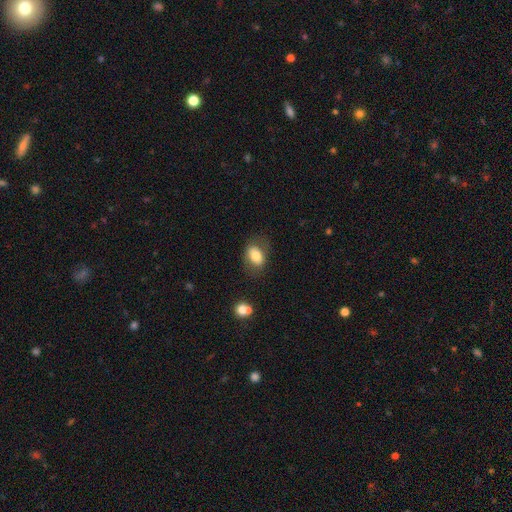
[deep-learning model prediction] Smooth or featured? Predicted: smooth (p=0.74). How rounded? Predicted: in between (p=0.79). Merging? Predicted: none (p=0.71).